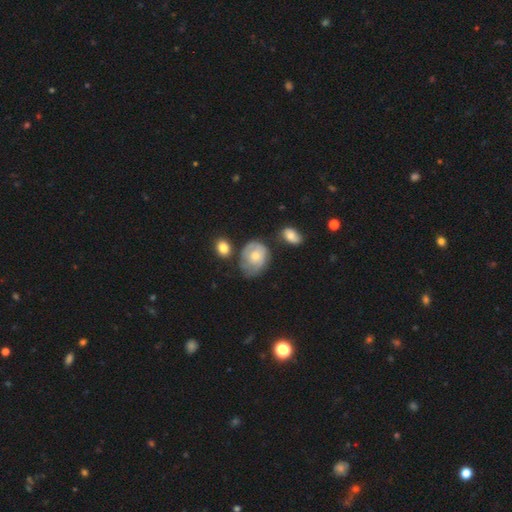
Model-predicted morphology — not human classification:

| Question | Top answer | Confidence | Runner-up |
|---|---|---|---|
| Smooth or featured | smooth | 51% | featured or disk (42%) |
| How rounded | in between | 57% | round (42%) |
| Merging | none | 41% | minor disturbance (34%) |